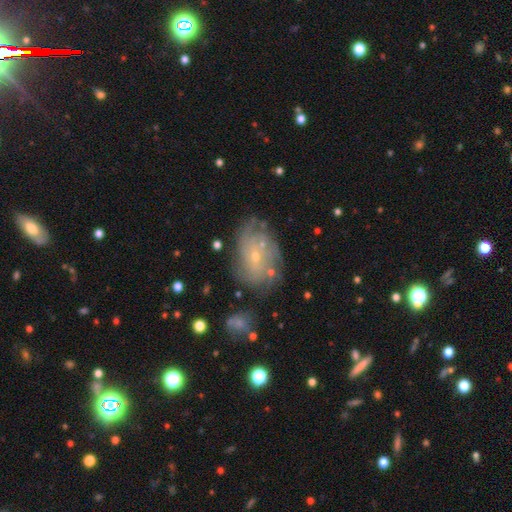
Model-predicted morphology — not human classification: This is likely a featured or disk galaxy (72%). It is clearly not viewed edge-on (96%). Bar: likely no (75%). Spiral arm pattern: clearly yes (81%). Spiral arm count: possibly can't tell (55%). Spiral winding: possibly tight (60%). Central bulge: likely small (79%). Merging: likely none (63%).